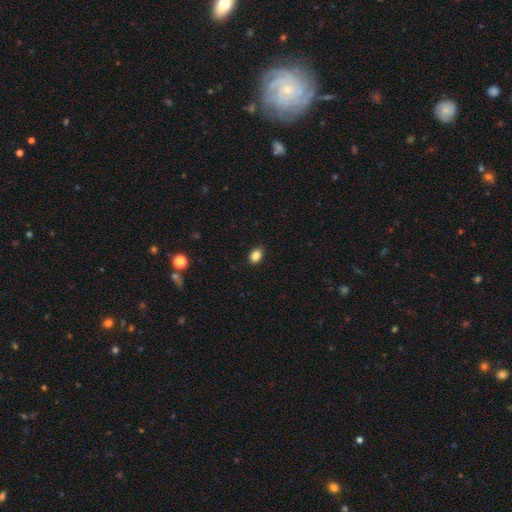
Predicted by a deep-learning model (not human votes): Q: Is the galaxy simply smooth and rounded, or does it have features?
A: smooth — 86%.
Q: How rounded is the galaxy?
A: in between — 71%.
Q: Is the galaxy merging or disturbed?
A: none — 88%.